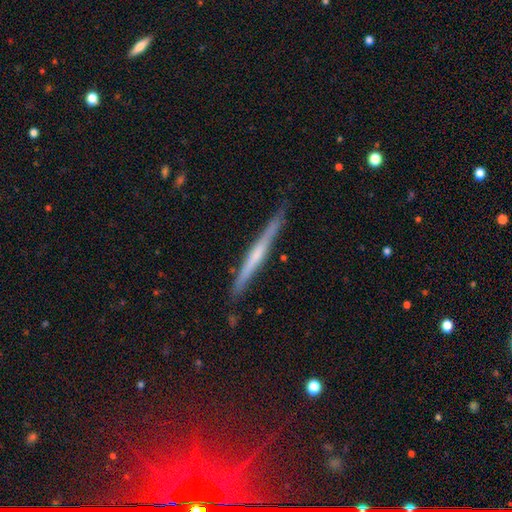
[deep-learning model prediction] This is likely a featured or disk galaxy (61%). It is clearly viewed edge-on (97%). Edge-on bulge: likely none (60%). Merging: clearly none (85%).